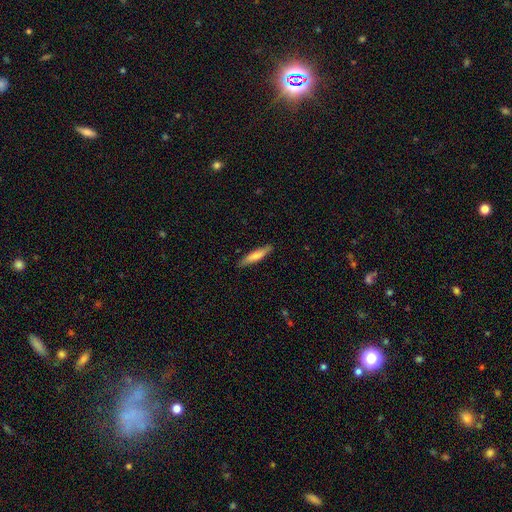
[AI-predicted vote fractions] The model was most divided on "smooth or featured": smooth: 71%, featured or disk: 24%, star or artifact: 5%. More confident: merging — none (86%); how rounded — cigar-shaped (86%).